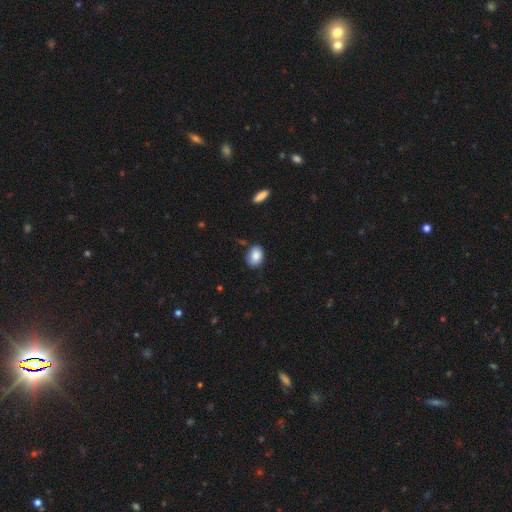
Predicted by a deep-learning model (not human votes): Q: Smooth or featured?
A: smooth (86%); runner-up: star or artifact (8%)
Q: How rounded?
A: in between (76%); runner-up: round (23%)
Q: Merging?
A: none (78%); runner-up: minor disturbance (16%)